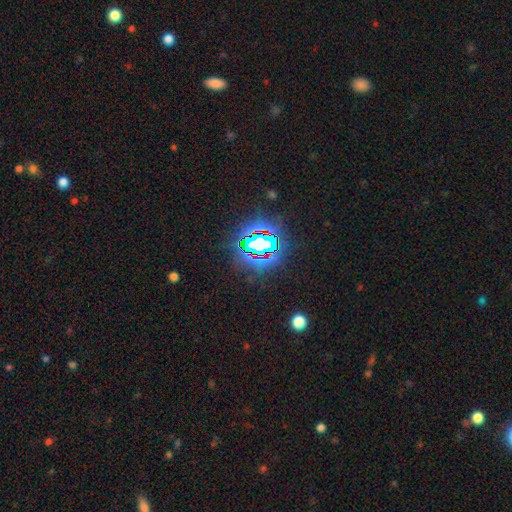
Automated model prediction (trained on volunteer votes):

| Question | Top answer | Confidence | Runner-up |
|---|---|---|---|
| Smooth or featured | star or artifact | 83% | smooth (10%) |